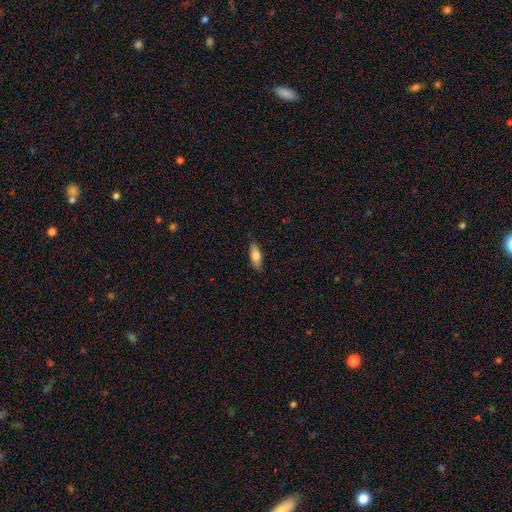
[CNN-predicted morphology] smooth-or-featured: smooth: 73% | featured or disk: 21% | star or artifact: 6%
  how-rounded: in between: 68% | cigar-shaped: 29% | round: 2%
  merging: none: 85% | minor disturbance: 12% | major disturbance: 2% | merger: 1%